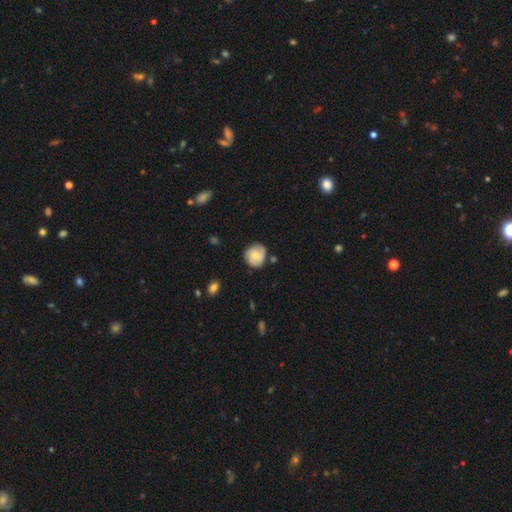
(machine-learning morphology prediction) A smooth galaxy with no disk features (53%) that is round (83%). Merging: none (71%).